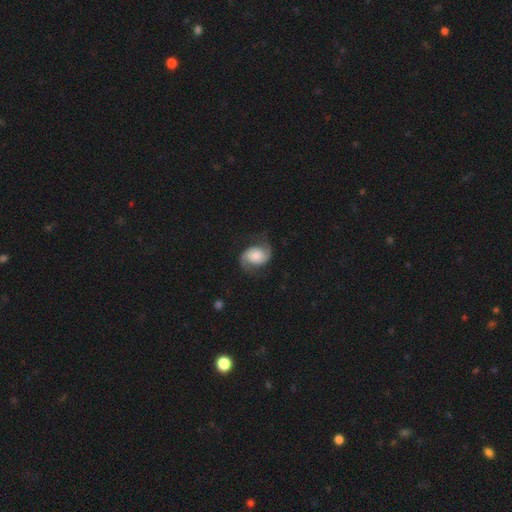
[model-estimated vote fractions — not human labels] The model was most divided on "bulge size": moderate: 33%, large: 29%, small: 20%, none: 11%, dominant: 7%. Remaining: edge-on disk — no (98%); spiral arms — yes (96%); spiral arm count — 2 (92%); smooth or featured — featured or disk (78%); merging — none (71%); bar — no (66%); spiral winding — medium (44%).